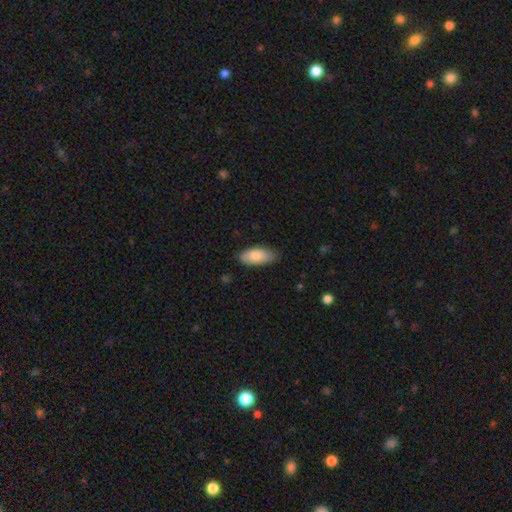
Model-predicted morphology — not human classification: This appears to be a smooth galaxy with no disk features (82%) that is in between round and cigar-shaped (89%). Merging: none (79%).